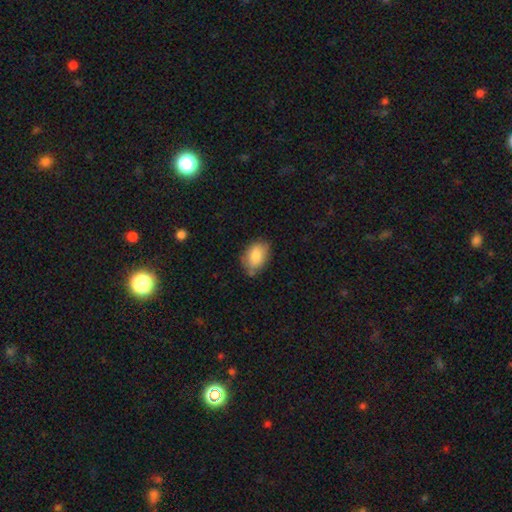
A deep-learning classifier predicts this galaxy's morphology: Overall: smooth (83%). How rounded: in between (85%). Merging: none (68%).